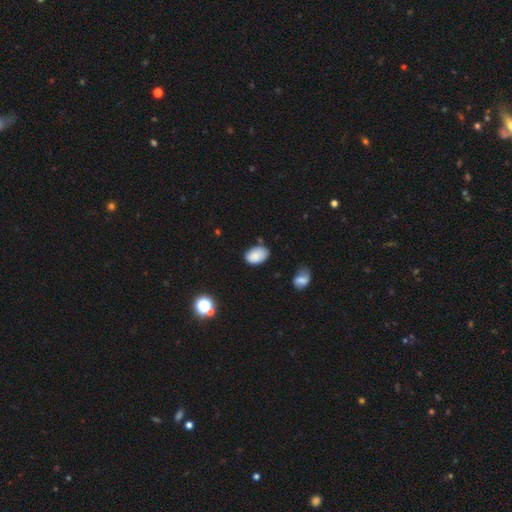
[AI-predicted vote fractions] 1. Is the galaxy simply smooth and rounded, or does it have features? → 84% smooth, 9% star or artifact, 7% featured or disk.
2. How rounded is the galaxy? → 89% in between, 10% round, 1% cigar-shaped.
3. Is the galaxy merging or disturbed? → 71% none, 22% minor disturbance, 4% major disturbance, 3% merger.